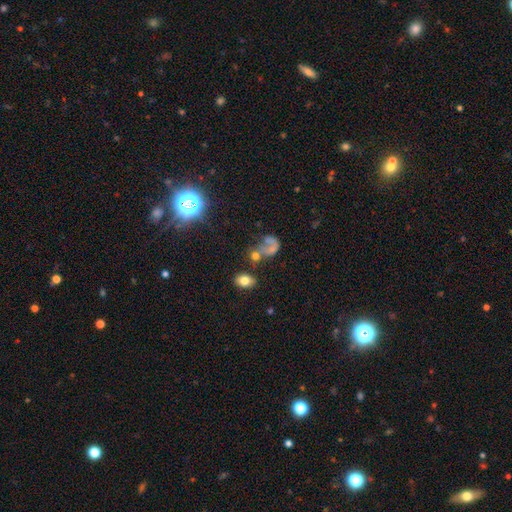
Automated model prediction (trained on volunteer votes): Smooth or featured?
  - star or artifact: 37% * (tied)
  - smooth: 37% * (tied)
  - featured or disk: 26%